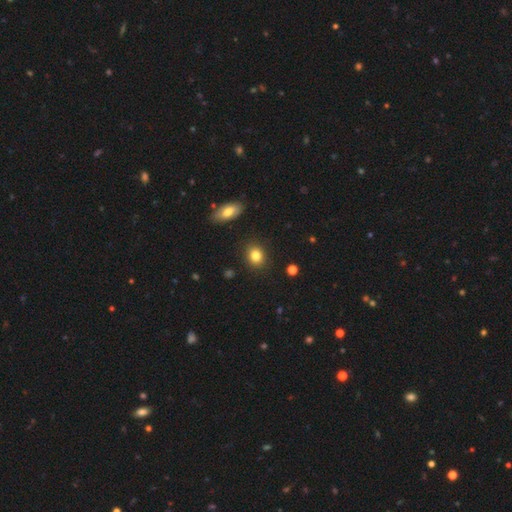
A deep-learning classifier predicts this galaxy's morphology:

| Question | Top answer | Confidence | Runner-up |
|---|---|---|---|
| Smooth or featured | smooth | 84% | star or artifact (10%) |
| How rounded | round | 58% | in between (40%) |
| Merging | none | 89% | minor disturbance (7%) |